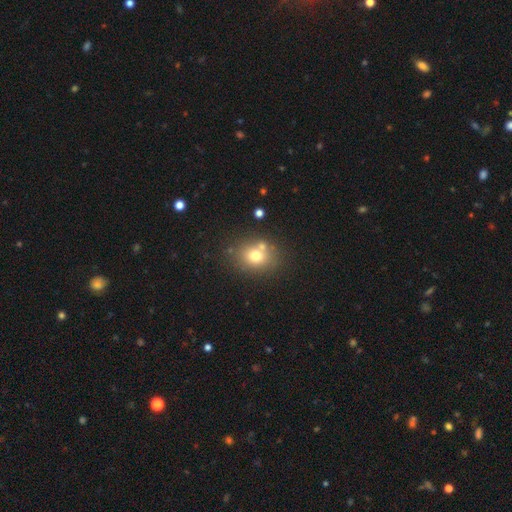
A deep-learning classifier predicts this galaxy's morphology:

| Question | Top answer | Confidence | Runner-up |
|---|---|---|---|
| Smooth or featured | smooth | 71% | featured or disk (15%) |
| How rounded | round | 56% | in between (43%) |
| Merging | none | 65% | merger (17%) |